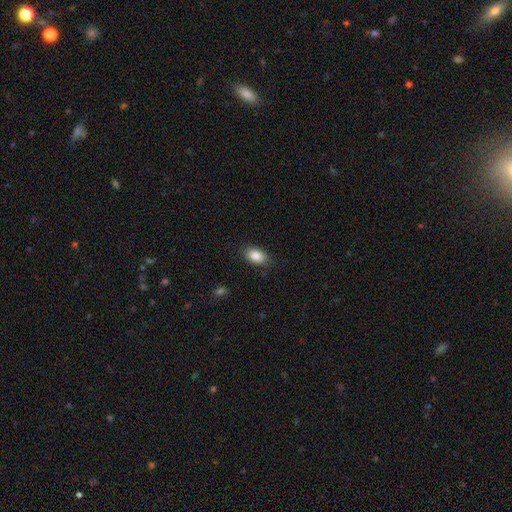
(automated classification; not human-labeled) A smooth galaxy with no disk features (87%) that is in between round and cigar-shaped (90%). Merging: none (86%).